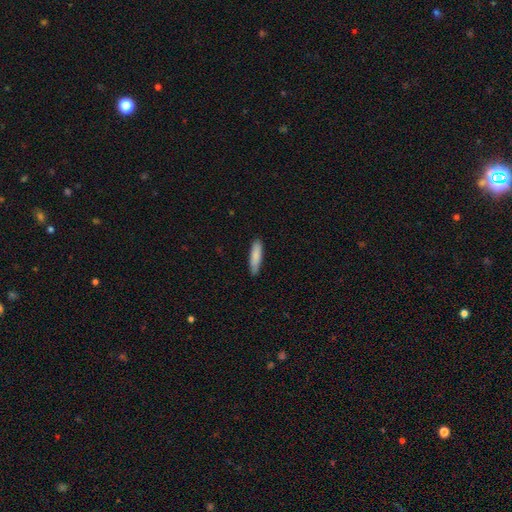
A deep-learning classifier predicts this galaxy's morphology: Smooth or featured? Predicted: smooth (p=0.85). How rounded? Predicted: cigar-shaped (p=0.75). Merging? Predicted: none (p=0.84).